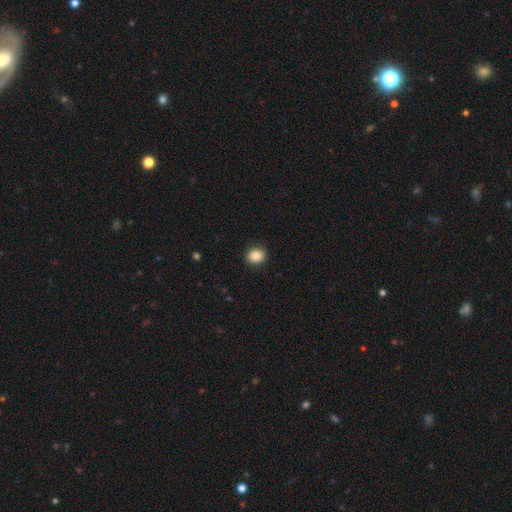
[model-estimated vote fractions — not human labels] Overall: smooth (85%). How rounded: round (72%). Merging: none (90%).